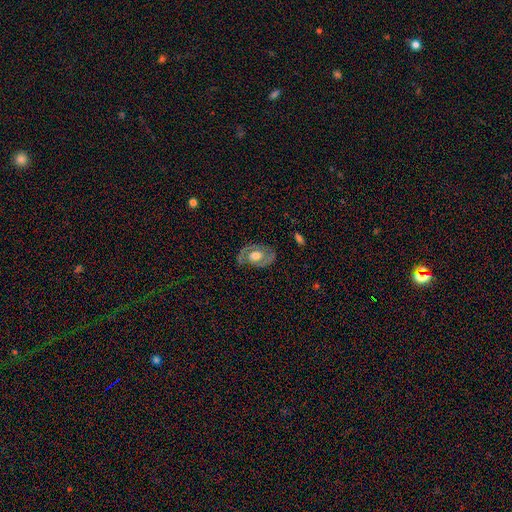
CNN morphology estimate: A featured or disk galaxy (77%) with no bar (63%), 2 (80%) tight (44%) spiral arms (81%) and a moderate central bulge (60%).

Vote fractions:
- Smooth or featured? featured or disk: 77% / smooth: 18% / star or artifact: 5%
- Edge-on disk? no: 96% / yes: 4%
- Bar? no: 63% / weak: 29% / strong: 8%
- Spiral arms? yes: 81% / no: 19%
- Spiral winding? tight: 44% / medium: 43% / loose: 13%
- Spiral arm count? 2: 80% / 1: 9% / can't tell: 8% / 3: 1% / 4: 1% / more than 4: 1%
- Bulge size? moderate: 60% / large: 28% / small: 8% / none: 2% / dominant: 2%
- Merging? none: 77% / minor disturbance: 15% / major disturbance: 6% / merger: 1%